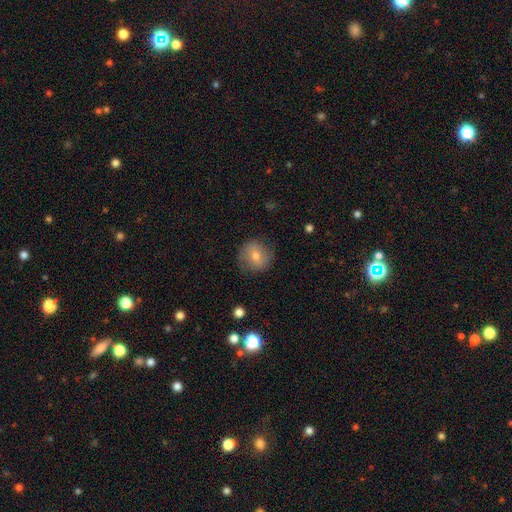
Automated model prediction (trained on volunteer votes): This is likely a smooth galaxy (62%). How rounded: clearly round (89%). Merging: clearly none (84%).